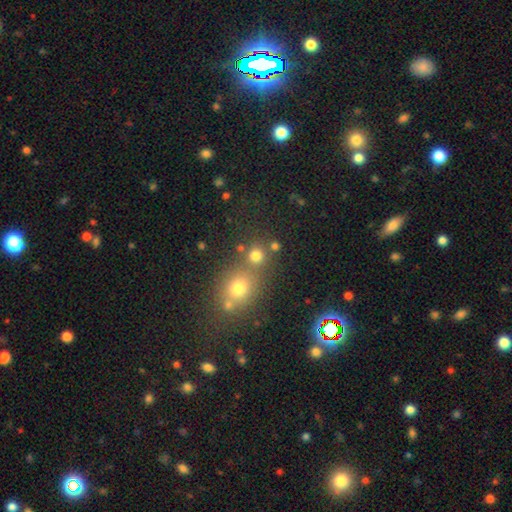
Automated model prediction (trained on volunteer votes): Smooth or featured? Predicted: smooth (p=0.75). How rounded? Predicted: round (p=0.85). Merging? Predicted: none (p=0.64).